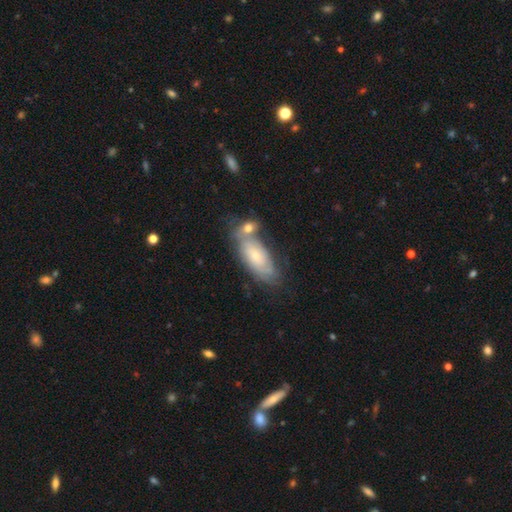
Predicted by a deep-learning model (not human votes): Smooth or featured: smooth — 52% (featured or disk — 41%)
How rounded: in between — 83% (cigar-shaped — 14%)
Merging: none — 49% (merger — 24%)